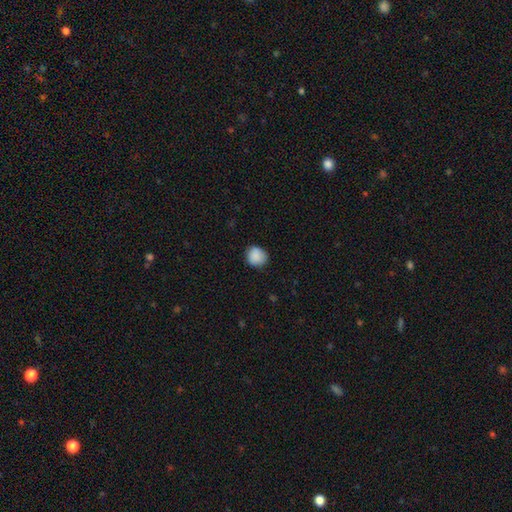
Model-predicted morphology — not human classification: A smooth galaxy with no disk features (88%) that is round (81%).

Vote fractions:
- Smooth or featured? smooth: 88% / star or artifact: 8% / featured or disk: 4%
- How rounded? round: 81% / in between: 18% / cigar-shaped: 1%
- Merging? none: 81% / minor disturbance: 15% / major disturbance: 3% / merger: 1%